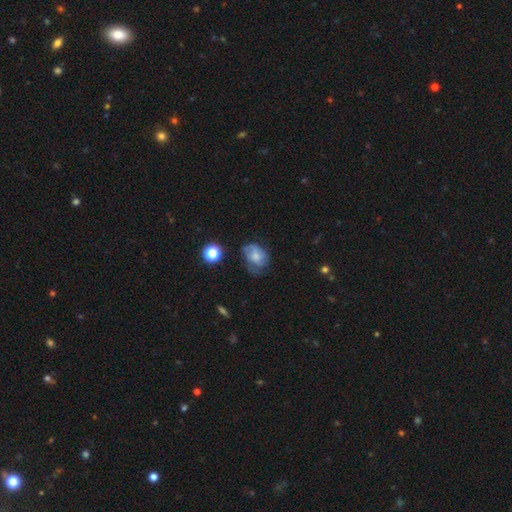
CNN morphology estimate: This appears to be a smooth galaxy with no disk features (51%) that is in between round and cigar-shaped (64%). Merging: none (41%).